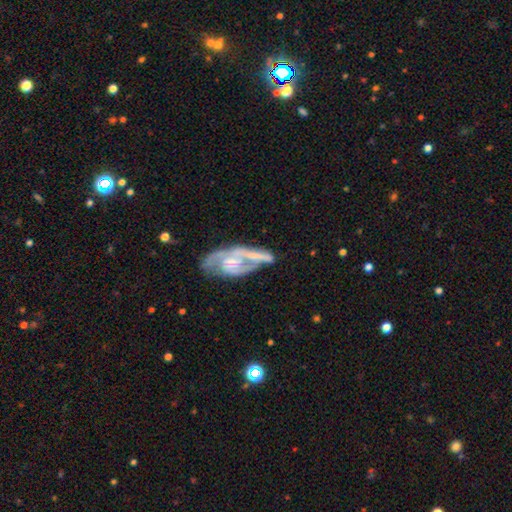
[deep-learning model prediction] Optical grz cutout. It shows a featured or disk galaxy (81%) with no bar (56%), 2 (73%) medium (47%) spiral arms (86%) and a small central bulge (62%). Merging: none (37%).